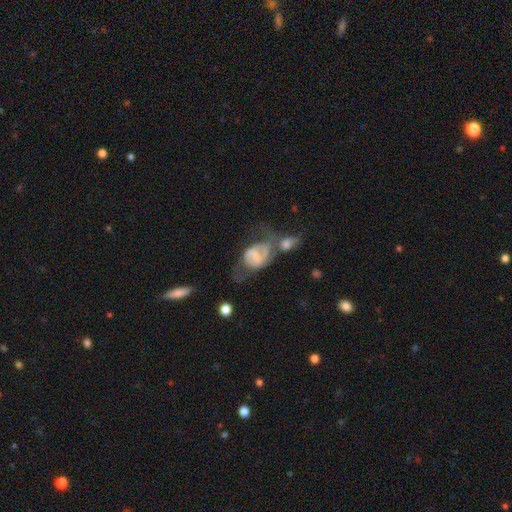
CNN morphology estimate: smooth-or-featured: featured or disk: 54% | smooth: 36% | star or artifact: 9%
  disk-edge-on: no: 95% | yes: 5%
    bar: weak: 41% | no: 30% | strong: 30%
    has-spiral-arms: yes: 64% | no: 36%
    bulge-size: none: 45% | small: 26% | moderate: 18% | large: 8% | dominant: 3%
  merging: merger: 40% | major disturbance: 26% | none: 21% | minor disturbance: 14%